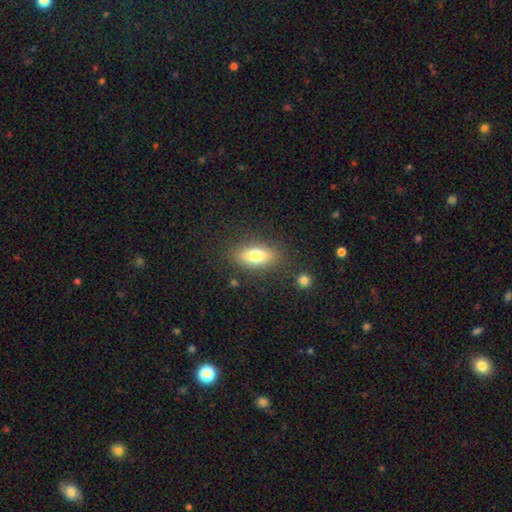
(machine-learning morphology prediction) A smooth galaxy with no disk features (77%) that is in between round and cigar-shaped (83%). Merging: none (82%).